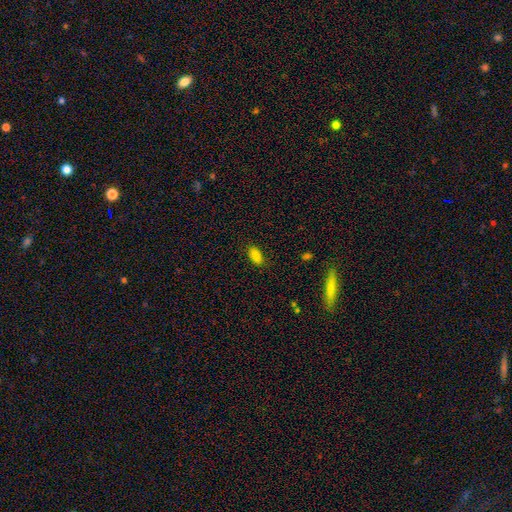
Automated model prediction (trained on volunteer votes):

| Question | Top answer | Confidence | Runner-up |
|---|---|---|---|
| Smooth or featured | smooth | 85% | star or artifact (11%) |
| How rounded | in between | 92% | round (4%) |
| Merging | none | 85% | minor disturbance (11%) |